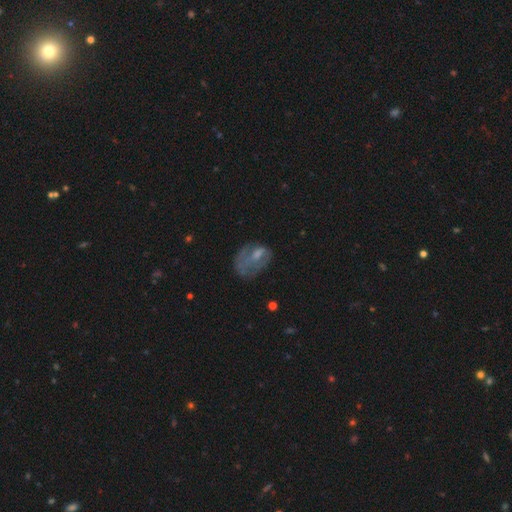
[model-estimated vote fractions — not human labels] Smooth or featured?
  - featured or disk: 45% *
  - smooth: 44%
  - star or artifact: 11%
Merging?
  - major disturbance: 38% *
  - none: 34%
  - minor disturbance: 25%
  - merger: 3%